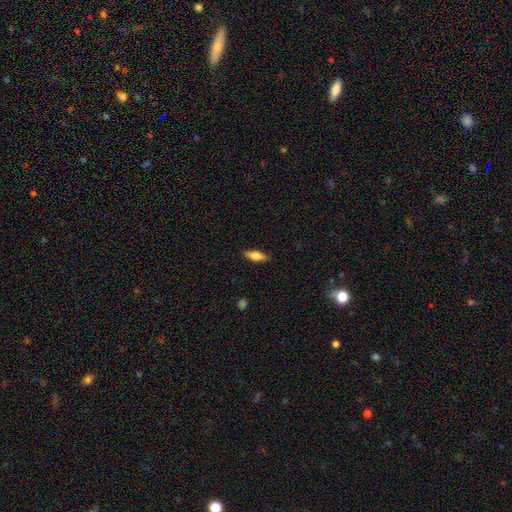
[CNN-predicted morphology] Smooth or featured?
  - smooth: 73% *
  - featured or disk: 20%
  - star or artifact: 7%
How rounded?
  - in between: 63% *
  - cigar-shaped: 34%
  - round: 2%
Merging?
  - none: 87% *
  - minor disturbance: 10%
  - major disturbance: 2%
  - merger: 1%